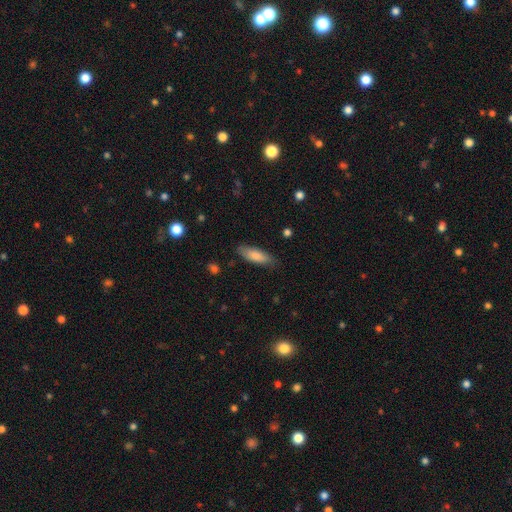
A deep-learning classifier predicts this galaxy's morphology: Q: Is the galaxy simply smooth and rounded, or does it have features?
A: smooth — 82%.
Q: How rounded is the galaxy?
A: in between — 54%.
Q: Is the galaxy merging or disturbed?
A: none — 82%.